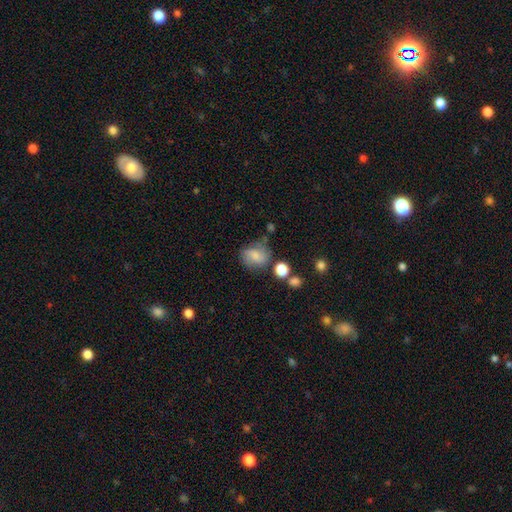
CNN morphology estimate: Smooth or featured? smooth (62%)
How rounded? round (61%)
Merging? none (57%)